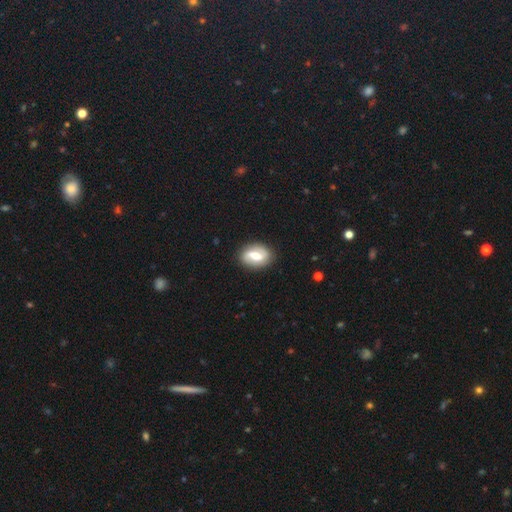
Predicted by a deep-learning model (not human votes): A featured or disk galaxy (62%) with a weak bar (43%), spiral arms (78%) and a moderate central bulge (65%). Merging: none (86%).